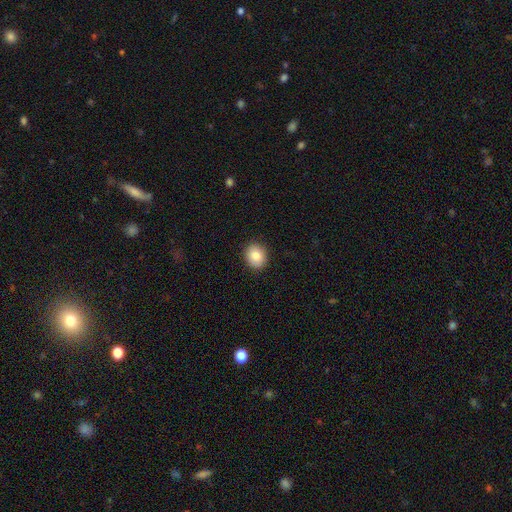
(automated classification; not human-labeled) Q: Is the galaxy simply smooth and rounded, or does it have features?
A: smooth — 84%.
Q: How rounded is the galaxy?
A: round — 64%.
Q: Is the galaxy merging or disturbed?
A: none — 91%.